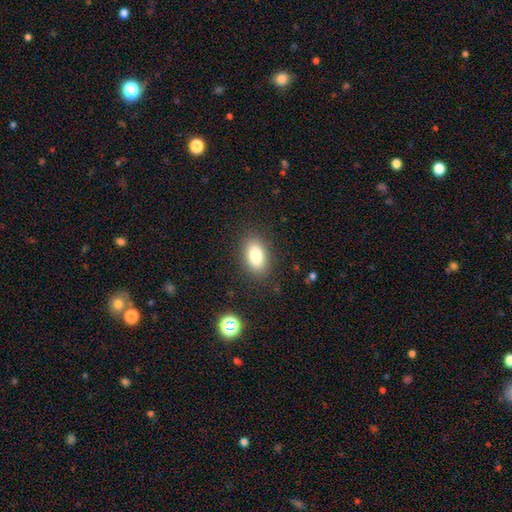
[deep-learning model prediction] smooth-or-featured: smooth: 82% | featured or disk: 10% | star or artifact: 9%
  how-rounded: in between: 90% | round: 6% | cigar-shaped: 4%
  merging: none: 86% | minor disturbance: 10% | major disturbance: 3% | merger: 1%